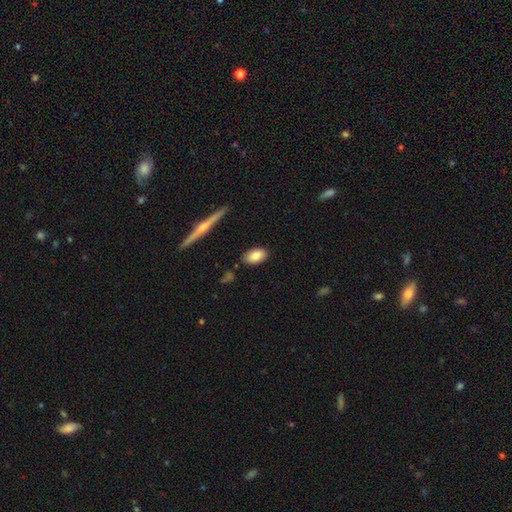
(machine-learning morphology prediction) Smooth or featured: smooth — 83% (featured or disk — 11%)
How rounded: in between — 92% (round — 5%)
Merging: none — 86% (minor disturbance — 10%)